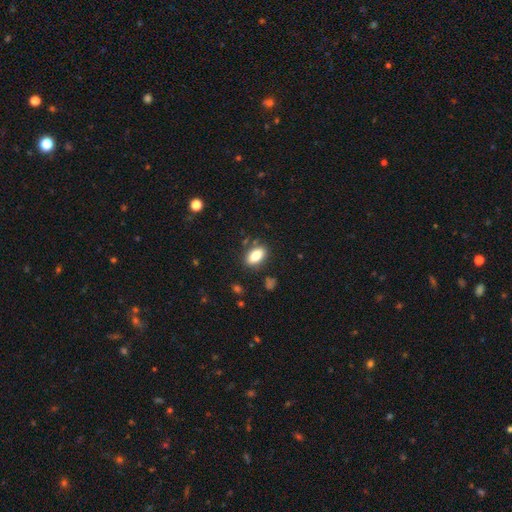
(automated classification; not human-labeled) smooth 81%, featured or disk 10%, star or artifact 8%. Down the decision tree: how rounded — in between (89%); merging — none (83%).